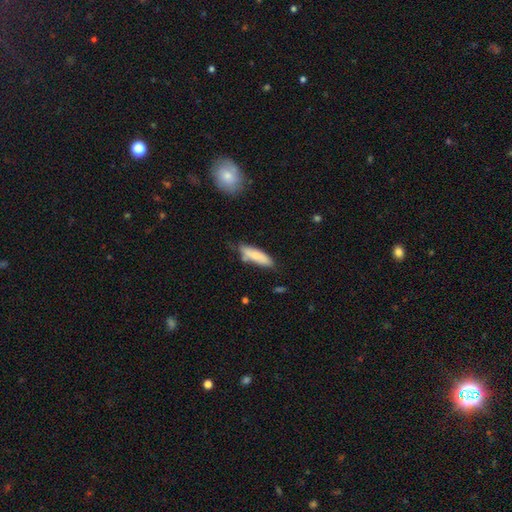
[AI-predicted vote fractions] This is likely a smooth galaxy (79%). How rounded: possibly cigar-shaped (56%). Merging: likely none (60%).